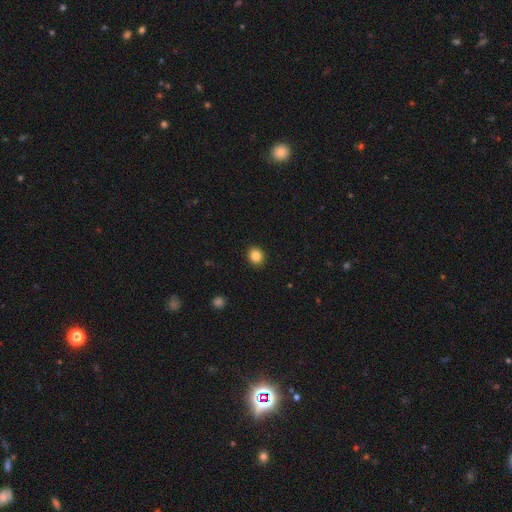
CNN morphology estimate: This is clearly a smooth galaxy (85%). How rounded: likely round (78%). Merging: clearly none (92%).